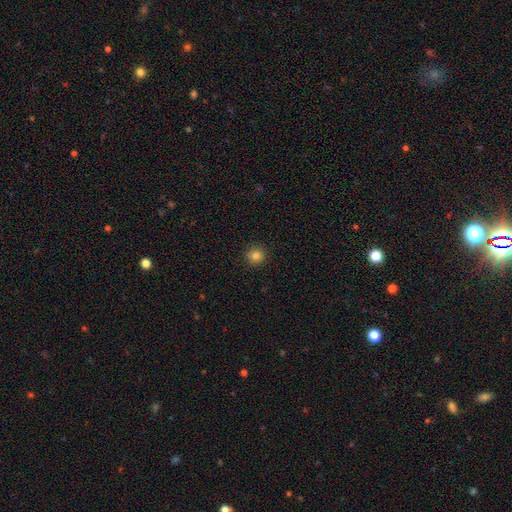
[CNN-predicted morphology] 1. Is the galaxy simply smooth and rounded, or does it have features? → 82% smooth, 13% star or artifact, 5% featured or disk.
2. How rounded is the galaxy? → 94% round, 5% in between, 1% cigar-shaped.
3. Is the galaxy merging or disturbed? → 92% none, 6% minor disturbance, 2% major disturbance, 1% merger.